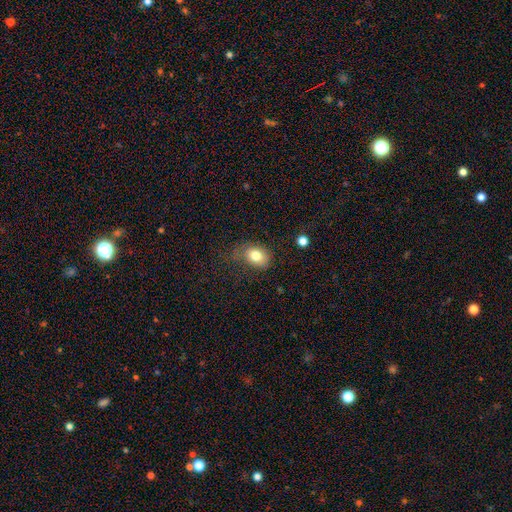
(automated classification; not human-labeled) smooth 80%, featured or disk 10%, star or artifact 10%. Down the decision tree: how rounded — in between (72%); merging — none (56%).